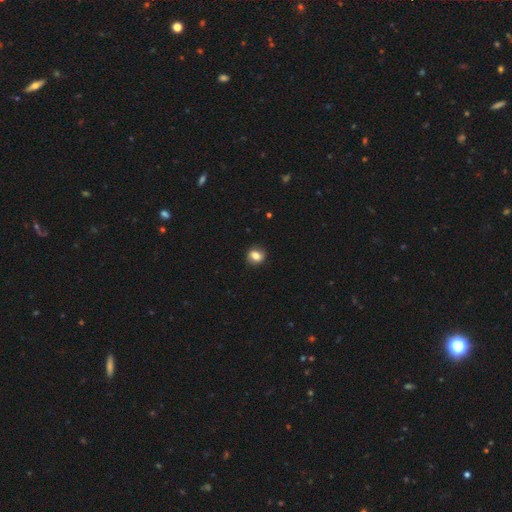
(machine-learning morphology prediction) Smooth or featured? smooth (76%)
How rounded? round (64%)
Merging? none (87%)